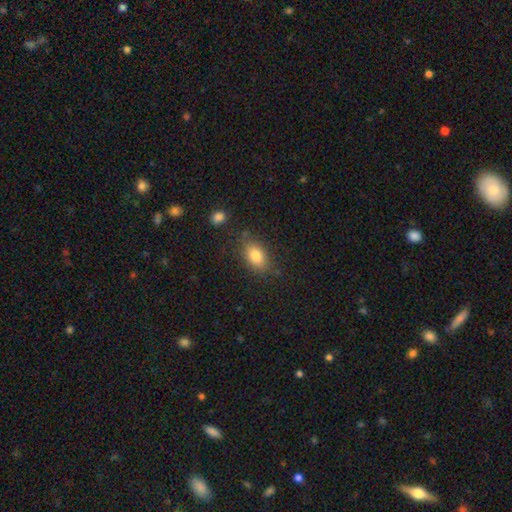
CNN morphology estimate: Overall: smooth (79%). How rounded: in between (84%). Merging: none (78%).